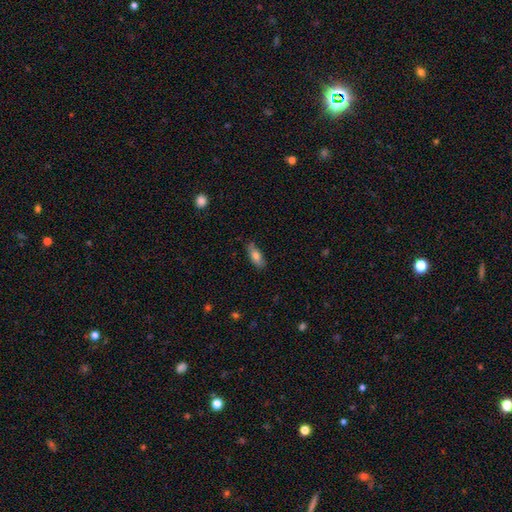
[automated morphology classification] Smooth or featured? smooth (76%)
How rounded? in between (76%)
Merging? none (79%)